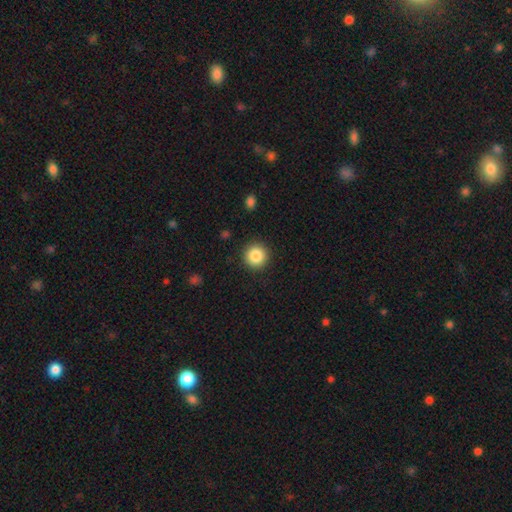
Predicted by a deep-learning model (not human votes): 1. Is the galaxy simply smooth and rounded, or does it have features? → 86% smooth, 9% star or artifact, 5% featured or disk.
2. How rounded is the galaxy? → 95% round, 4% in between, 1% cigar-shaped.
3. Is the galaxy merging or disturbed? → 92% none, 5% minor disturbance, 2% major disturbance, 1% merger.